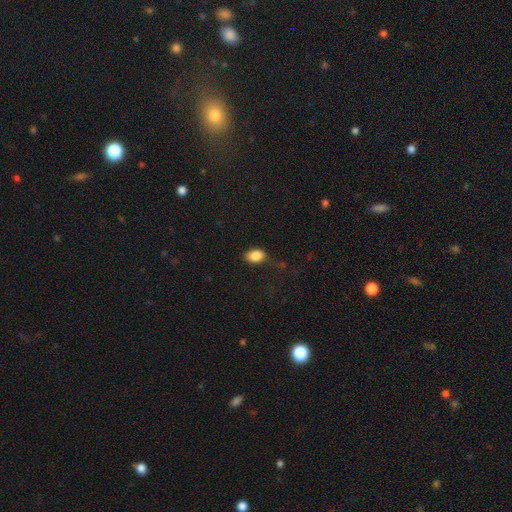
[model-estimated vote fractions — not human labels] This is clearly a smooth galaxy (85%). How rounded: clearly in between (83%). Merging: likely none (69%).